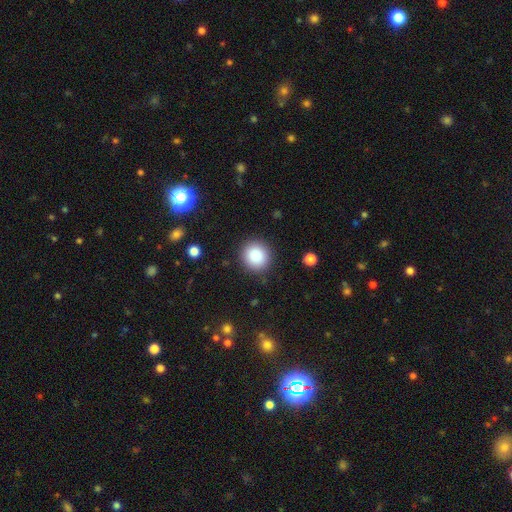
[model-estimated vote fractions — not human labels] This appears to be a smooth galaxy with no disk features (86%) that is round (91%). Merging: none (89%).